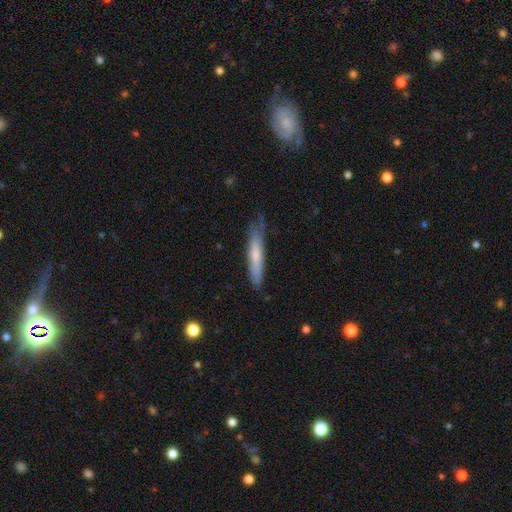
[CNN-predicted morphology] A smooth galaxy with no disk features (62%) that is cigar-shaped (91%). Merging: none (69%).